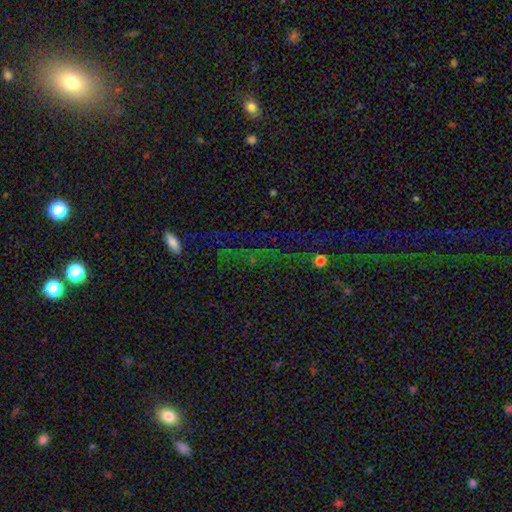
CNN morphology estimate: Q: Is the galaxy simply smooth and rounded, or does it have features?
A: star or artifact — 69%.